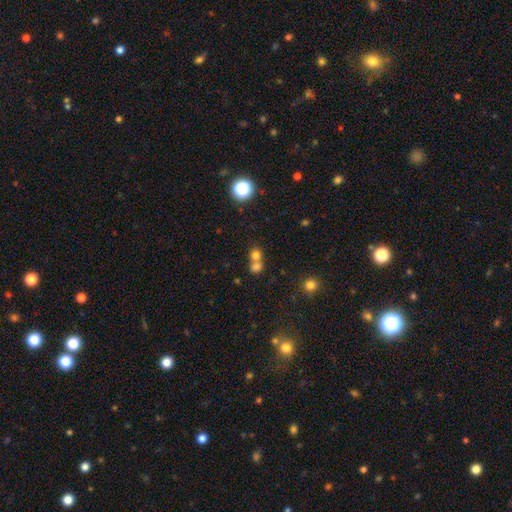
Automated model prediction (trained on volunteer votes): Q: Smooth or featured?
A: smooth (72%); runner-up: star or artifact (17%)
Q: How rounded?
A: round (79%); runner-up: in between (20%)
Q: Merging?
A: merger (56%); runner-up: none (36%)